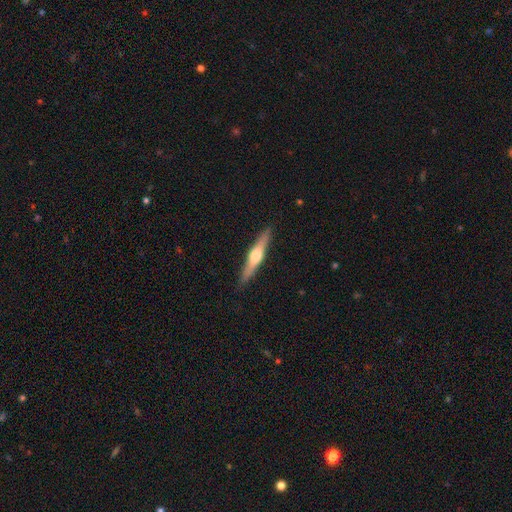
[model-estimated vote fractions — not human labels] featured or disk 63%, smooth 31%, star or artifact 5%. Down the decision tree: edge-on disk — yes (97%); edge-on bulge — rounded (91%); merging — none (90%).